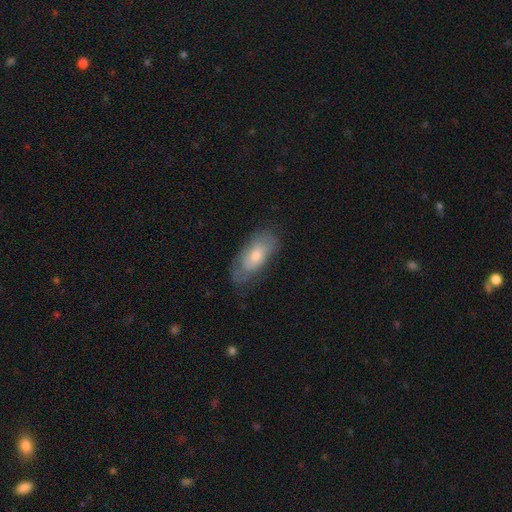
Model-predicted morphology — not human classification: A smooth galaxy with no disk features (59%) that is in between round and cigar-shaped (85%). Merging: none (60%).